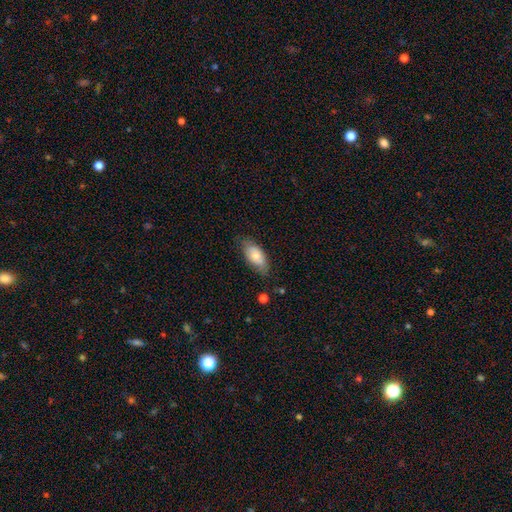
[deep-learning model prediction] Overall: smooth (71%). How rounded: in between (90%). Merging: none (72%).